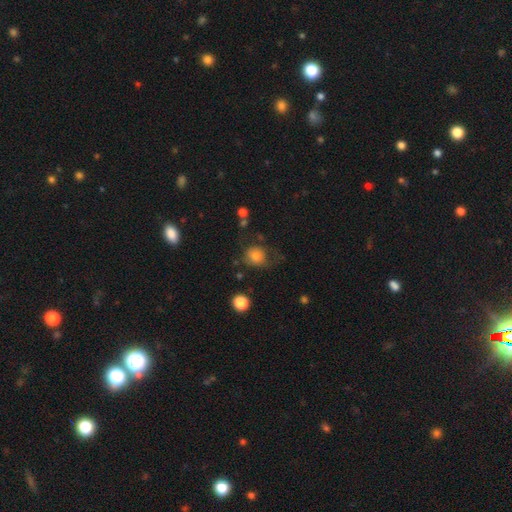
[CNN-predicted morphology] smooth_or_featured: smooth (p=0.75) [alt: featured or disk p=0.14]
how_rounded: round (p=0.79) [alt: in between p=0.20]
merging: none (p=0.49) [alt: minor disturbance p=0.24]